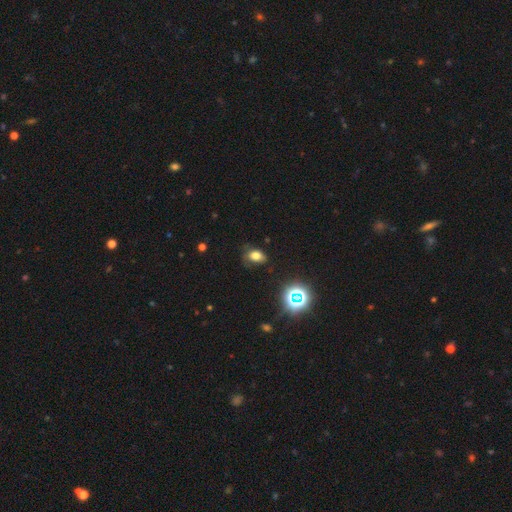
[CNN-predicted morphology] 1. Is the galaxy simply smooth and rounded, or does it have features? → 71% smooth, 18% star or artifact, 11% featured or disk.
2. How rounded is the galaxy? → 78% in between, 21% round, 2% cigar-shaped.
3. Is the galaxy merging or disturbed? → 63% none, 26% minor disturbance, 10% major disturbance, 2% merger.